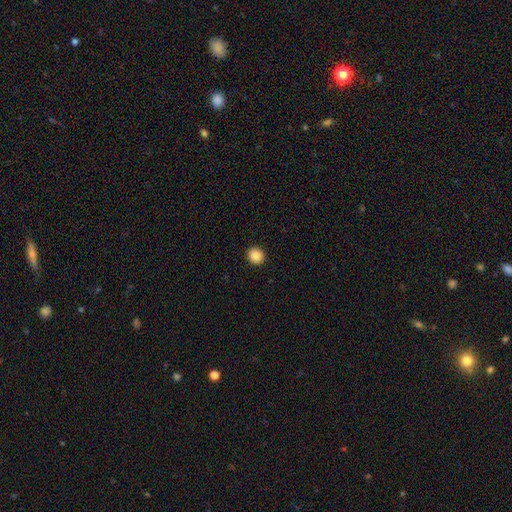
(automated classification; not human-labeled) A smooth galaxy with no disk features (88%) that is round (87%). Merging: none (93%).